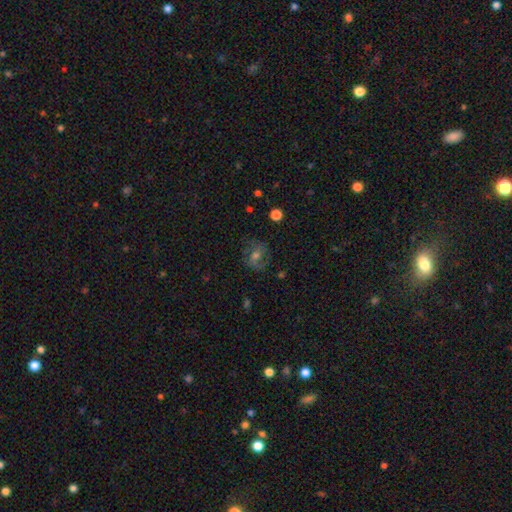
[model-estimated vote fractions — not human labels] Morphology: type=featured or disk (58%); edge-on=no (96%); bar=no (45%); spiral arms=yes (85%); bulge=moderate (60%); merging=none (75%).